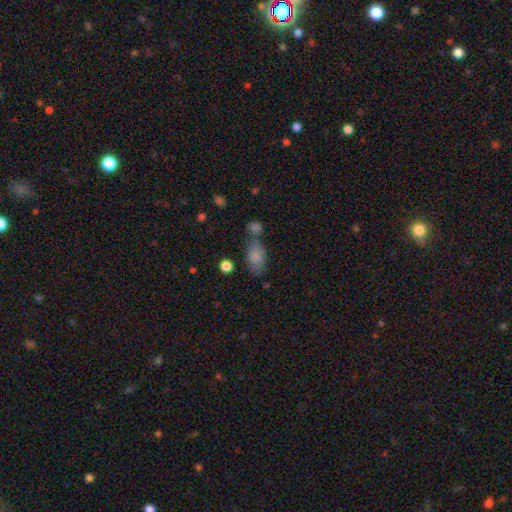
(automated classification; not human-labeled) This is clearly a smooth galaxy (82%). How rounded: clearly in between (91%). Merging: possibly none (57%).